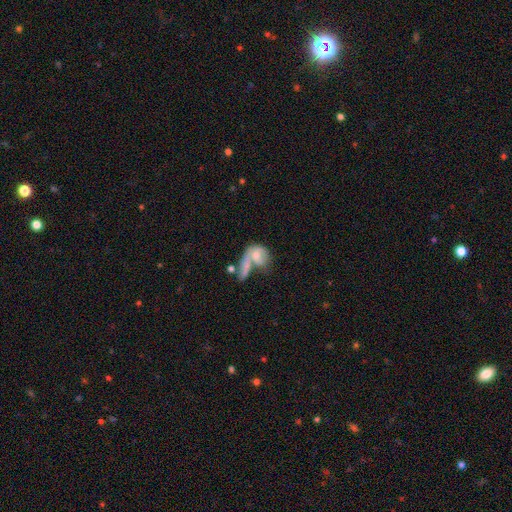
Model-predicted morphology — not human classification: A smooth galaxy with no disk features (61%) that is in between round and cigar-shaped (61%). Merging: merger (46%).